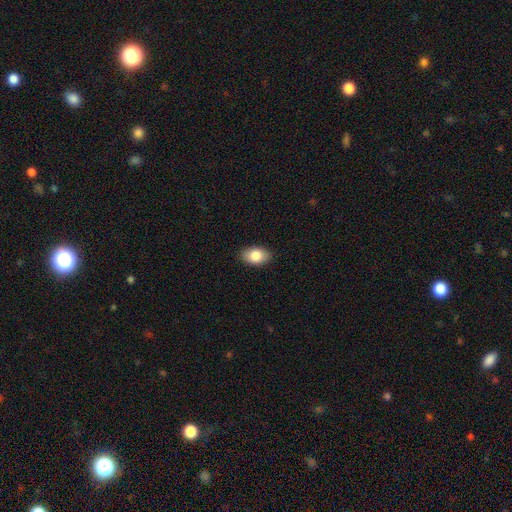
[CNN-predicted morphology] smooth 84%, featured or disk 9%, star or artifact 7%. Down the decision tree: how rounded — in between (90%); merging — none (88%).